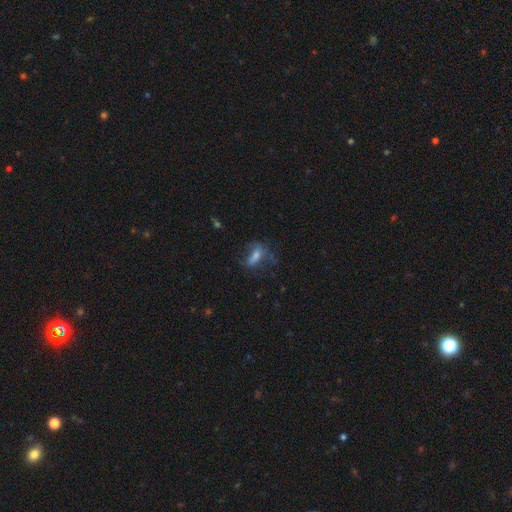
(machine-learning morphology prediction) This appears to be a smooth galaxy with no disk features (53%) that is in between round and cigar-shaped (72%). Merging: none (41%).